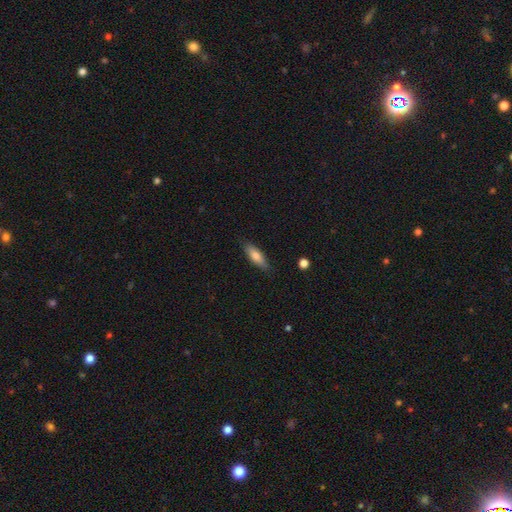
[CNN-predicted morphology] Overall: smooth (76%). How rounded: in between (50%; cigar-shaped 48%). Merging: none (84%).